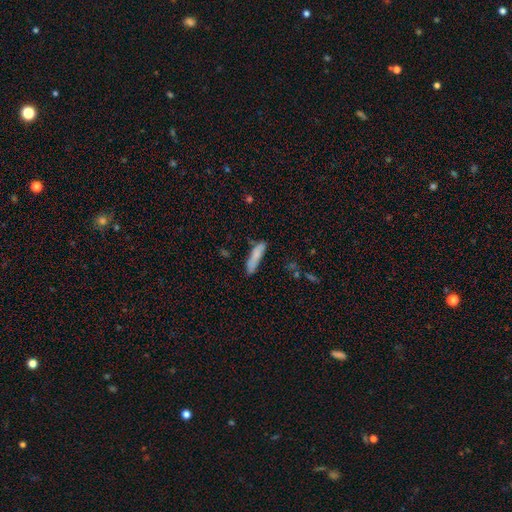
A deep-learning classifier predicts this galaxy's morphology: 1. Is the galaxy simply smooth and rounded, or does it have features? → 78% smooth, 16% featured or disk, 7% star or artifact.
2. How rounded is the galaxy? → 81% cigar-shaped, 17% in between, 2% round.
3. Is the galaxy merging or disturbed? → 70% none, 21% minor disturbance, 5% merger, 5% major disturbance.